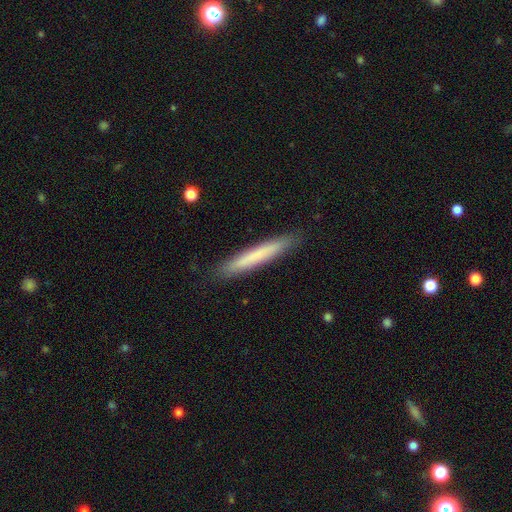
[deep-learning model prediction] Morphology: type=smooth (71%); roundness=cigar-shaped (96%); merging=none (90%).